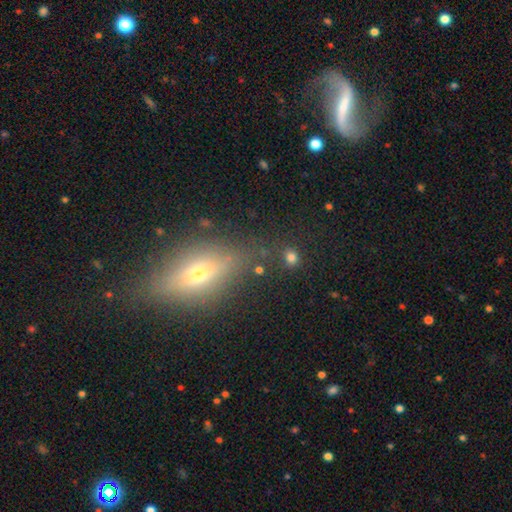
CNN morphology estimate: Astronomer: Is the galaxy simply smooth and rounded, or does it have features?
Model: featured or disk — 47% (runner-up: smooth, 34%).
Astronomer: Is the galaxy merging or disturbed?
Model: none — 72%.